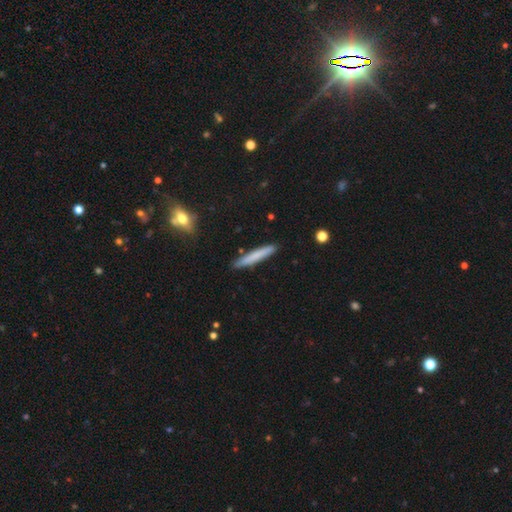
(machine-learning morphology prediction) Smooth or featured: smooth — 72% (featured or disk — 21%)
How rounded: cigar-shaped — 95% (in between — 3%)
Merging: none — 89% (minor disturbance — 8%)